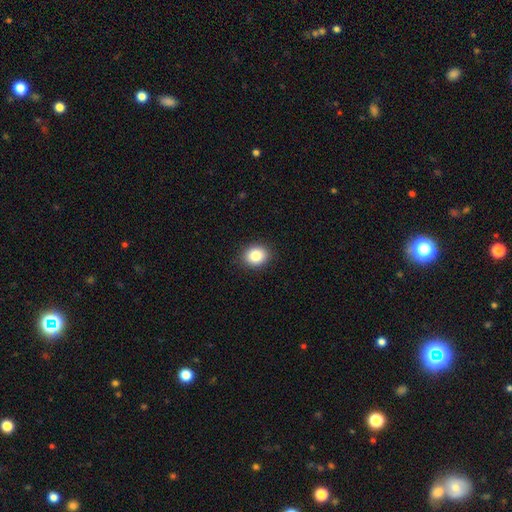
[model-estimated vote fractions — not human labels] A smooth galaxy with no disk features (84%) that is round (64%). Merging: none (90%).